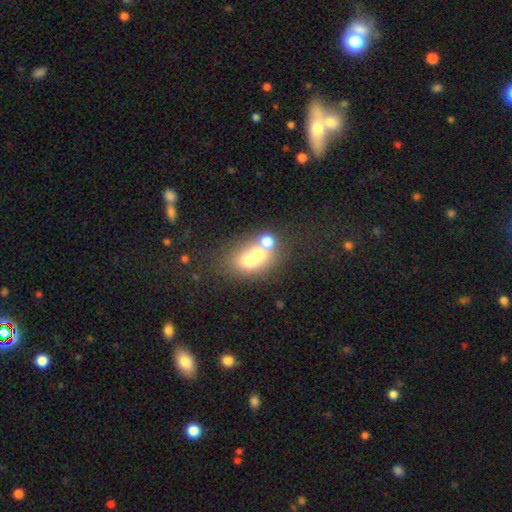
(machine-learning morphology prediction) Smooth or featured: smooth — 58% (featured or disk — 28%)
How rounded: round — 54% (in between — 45%)
Merging: merger — 59% (none — 29%)